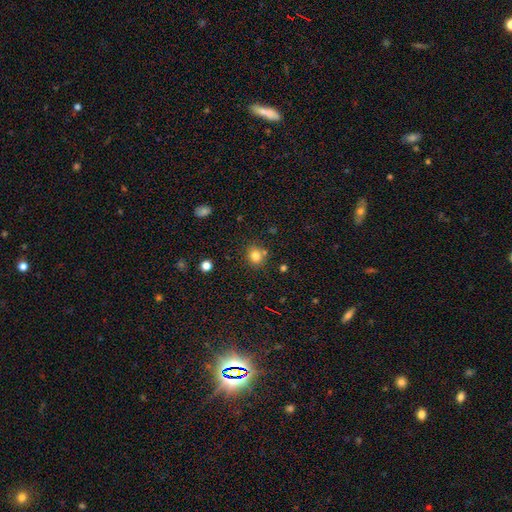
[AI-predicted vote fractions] Smooth or featured?
  - smooth: 81% *
  - star or artifact: 13%
  - featured or disk: 6%
How rounded?
  - round: 77% *
  - in between: 22%
  - cigar-shaped: 1%
Merging?
  - none: 76% *
  - minor disturbance: 11%
  - merger: 10%
  - major disturbance: 3%